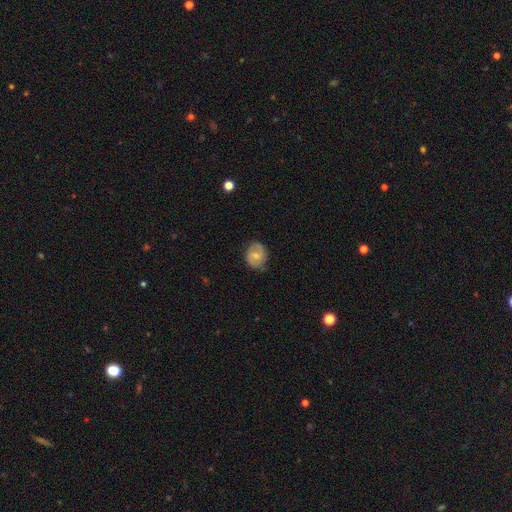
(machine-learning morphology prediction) type=featured or disk (52%); edge-on=no (97%); bar=no (45%); spiral arms=yes (82%); bulge=small (48%); merging=none (70%).